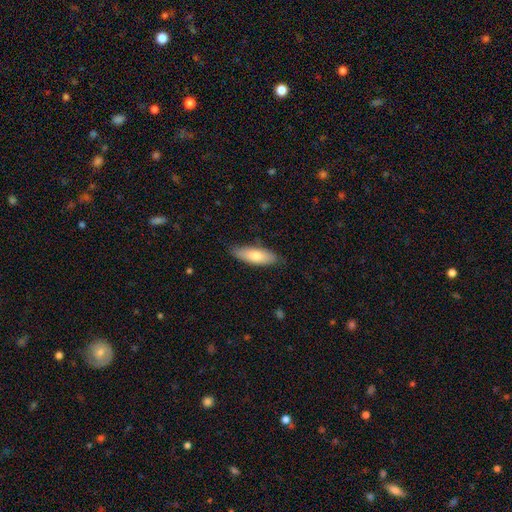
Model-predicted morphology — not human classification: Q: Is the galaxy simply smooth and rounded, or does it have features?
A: smooth — 74%.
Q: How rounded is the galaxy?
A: in between — 61%.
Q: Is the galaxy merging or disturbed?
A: none — 81%.